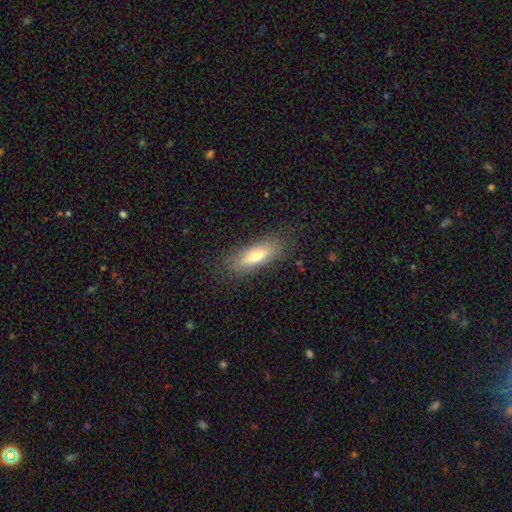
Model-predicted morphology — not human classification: A smooth galaxy with no disk features (68%) that is in between round and cigar-shaped (59%). Merging: none (82%).